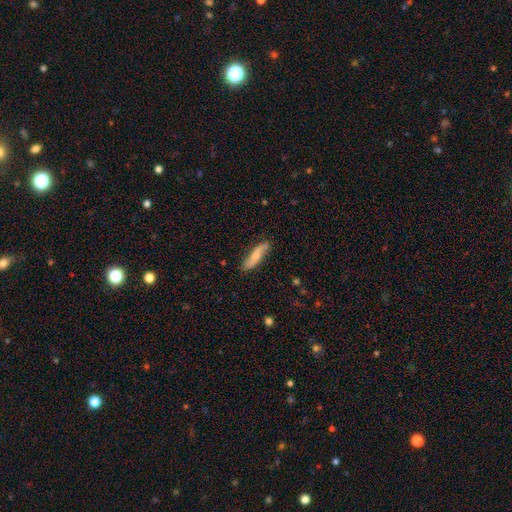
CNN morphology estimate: Smooth or featured: smooth — 59% (featured or disk — 36%)
How rounded: cigar-shaped — 68% (in between — 29%)
Merging: none — 81% (minor disturbance — 15%)